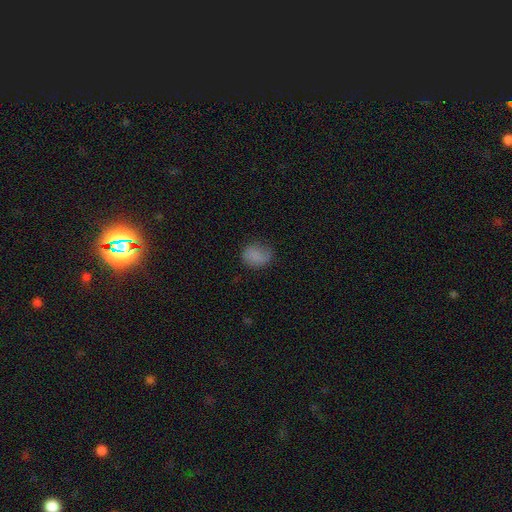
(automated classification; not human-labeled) A smooth galaxy with no disk features (80%) that is in between round and cigar-shaped (63%).

Vote fractions:
- Smooth or featured? smooth: 80% / star or artifact: 11% / featured or disk: 10%
- How rounded? in between: 63% / round: 36% / cigar-shaped: 1%
- Merging? none: 62% / minor disturbance: 27% / major disturbance: 10% / merger: 2%